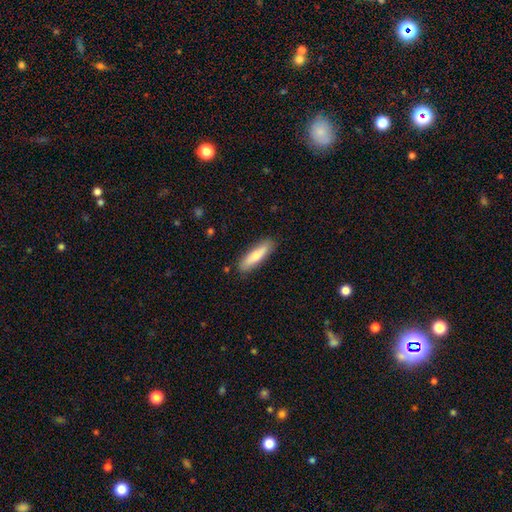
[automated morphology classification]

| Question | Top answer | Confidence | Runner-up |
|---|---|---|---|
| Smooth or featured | smooth | 71% | featured or disk (23%) |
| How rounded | cigar-shaped | 75% | in between (23%) |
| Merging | none | 88% | minor disturbance (9%) |